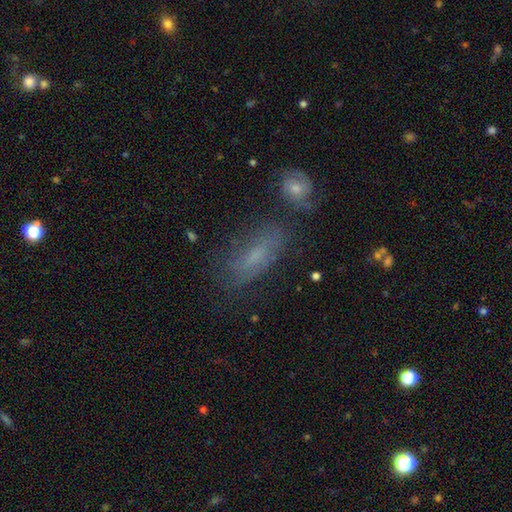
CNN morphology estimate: A smooth galaxy with no disk features (54%) that is in between round and cigar-shaped (70%). Merging: none (63%).